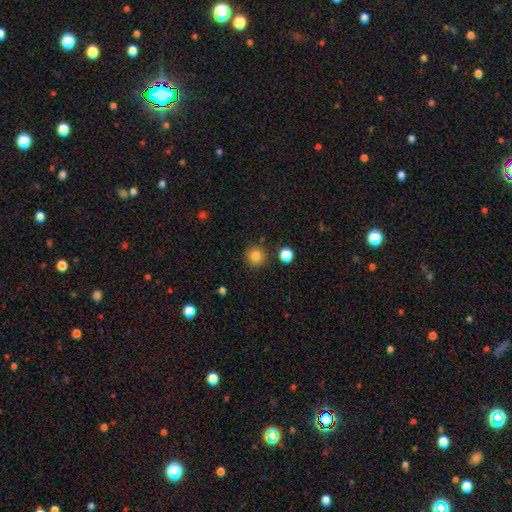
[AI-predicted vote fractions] smooth_or_featured: smooth (p=0.84) [alt: star or artifact p=0.11]
how_rounded: round (p=0.93) [alt: in between p=0.06]
merging: none (p=0.88) [alt: minor disturbance p=0.07]